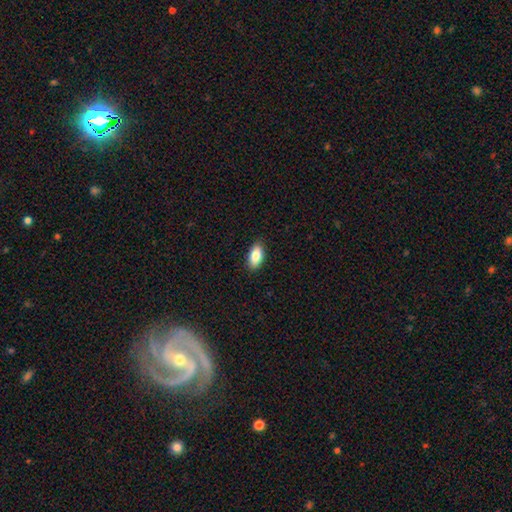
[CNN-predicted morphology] Smooth or featured?
  - smooth: 85% *
  - featured or disk: 8%
  - star or artifact: 7%
How rounded?
  - in between: 91% *
  - cigar-shaped: 6%
  - round: 3%
Merging?
  - none: 90% *
  - minor disturbance: 8%
  - major disturbance: 2%
  - merger: 1%